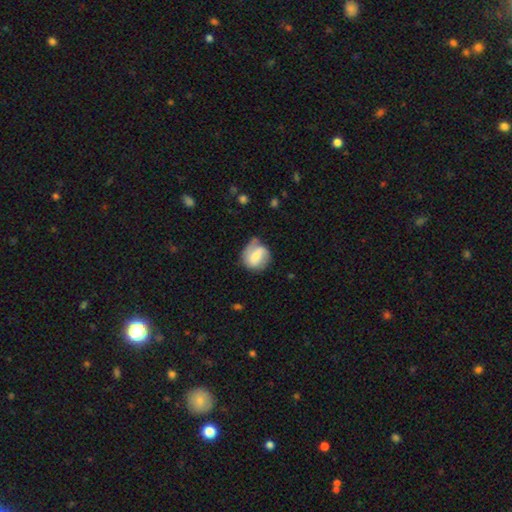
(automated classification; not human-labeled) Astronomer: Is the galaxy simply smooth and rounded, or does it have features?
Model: smooth — 54% (runner-up: featured or disk, 38%).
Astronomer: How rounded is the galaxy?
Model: round — 69%.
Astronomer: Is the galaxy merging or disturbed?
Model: none — 46% (runner-up: minor disturbance, 35%).